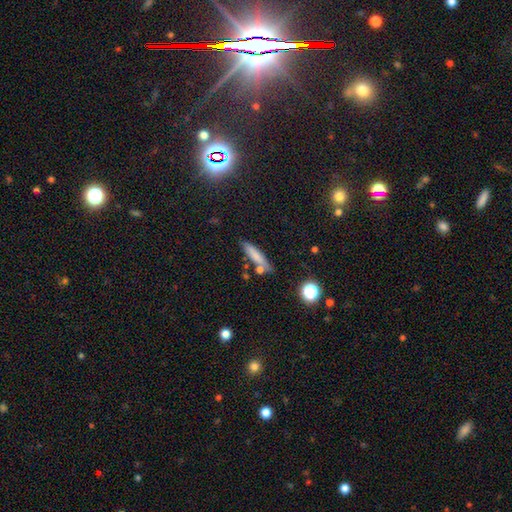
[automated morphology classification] smooth_or_featured: smooth (p=0.74) [alt: featured or disk p=0.16]
how_rounded: cigar-shaped (p=0.80) [alt: in between p=0.17]
merging: none (p=0.73) [alt: minor disturbance p=0.14]